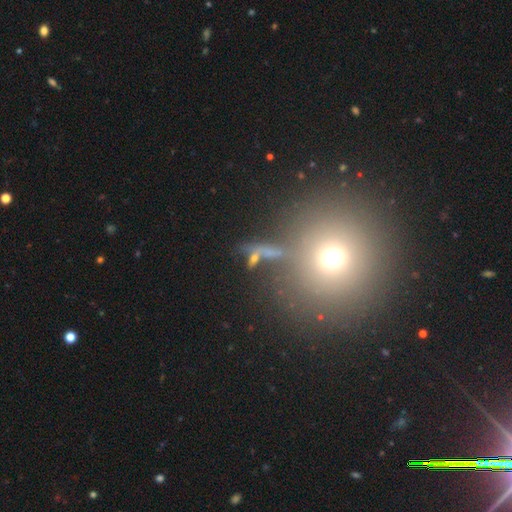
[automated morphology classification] This appears to be a smooth galaxy with no disk features (52%) that is round (91%). Merging: none (75%).